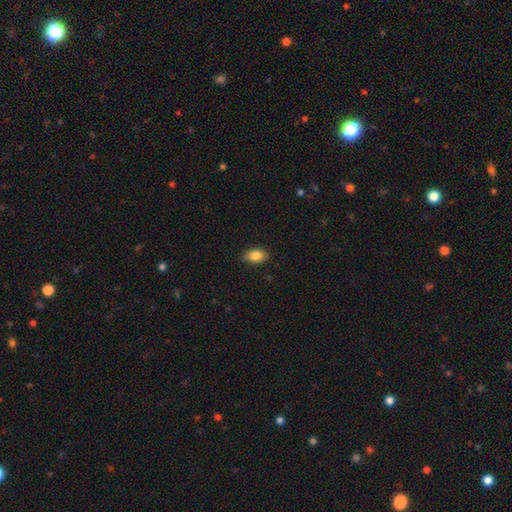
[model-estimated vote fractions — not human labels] Morphology: type=smooth (83%); roundness=in between (86%); merging=none (87%).